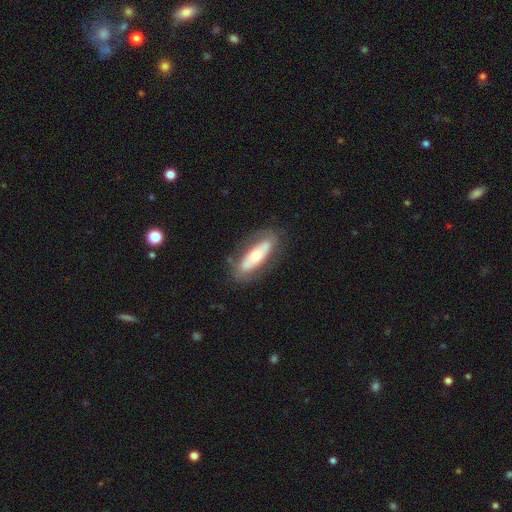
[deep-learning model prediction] A featured or disk galaxy (49%).

Vote fractions:
- Smooth or featured? featured or disk: 49% / smooth: 46% / star or artifact: 6%
- Merging? none: 77% / minor disturbance: 15% / major disturbance: 6% / merger: 2%